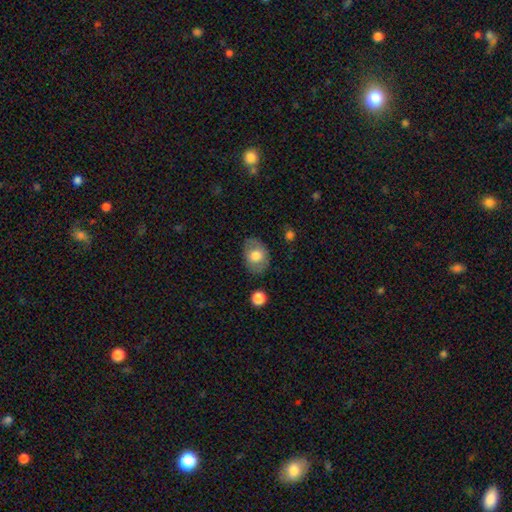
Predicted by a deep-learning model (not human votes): Q: Smooth or featured?
A: smooth (69%); runner-up: featured or disk (24%)
Q: How rounded?
A: in between (69%); runner-up: round (30%)
Q: Merging?
A: none (79%); runner-up: minor disturbance (15%)